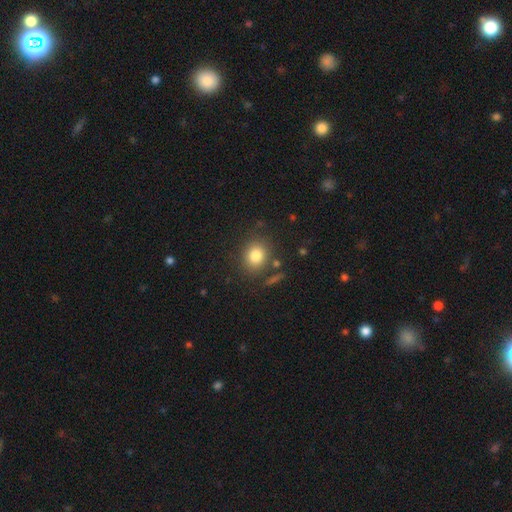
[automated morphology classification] smooth 81%, star or artifact 11%, featured or disk 8%. Down the decision tree: how rounded — round (66%); merging — none (80%).